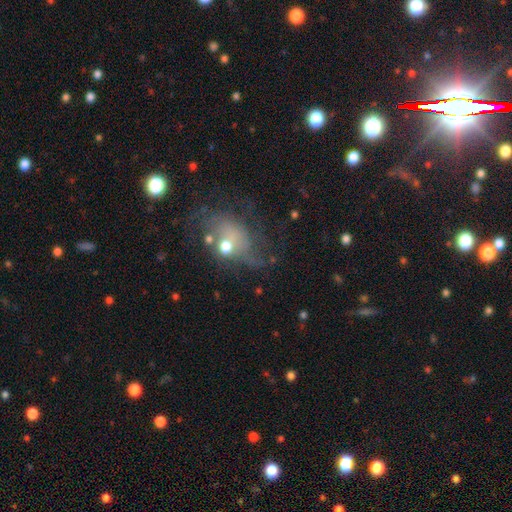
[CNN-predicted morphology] A featured or disk galaxy (48%).

Vote fractions:
- Smooth or featured? featured or disk: 48% / smooth: 31% / star or artifact: 20%
- Merging? none: 43% / major disturbance: 29% / minor disturbance: 21% / merger: 7%